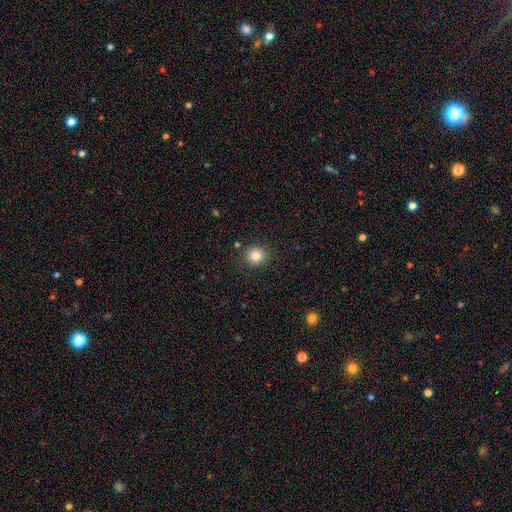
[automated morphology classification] smooth_or_featured: smooth (p=0.83) [alt: star or artifact p=0.11]
how_rounded: round (p=0.87) [alt: in between p=0.12]
merging: none (p=0.87) [alt: minor disturbance p=0.08]